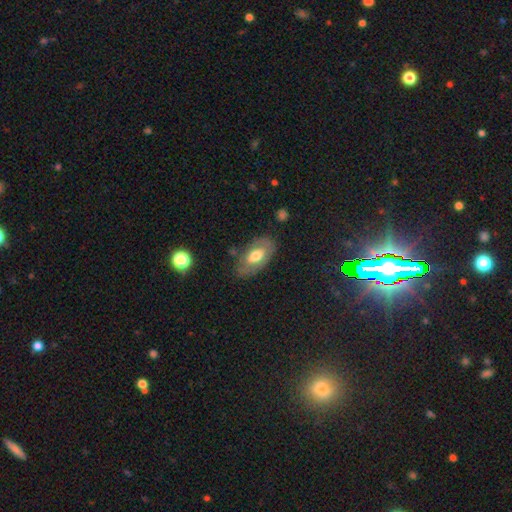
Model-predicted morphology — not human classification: type=smooth (54%); roundness=in between (92%); merging=none (72%).